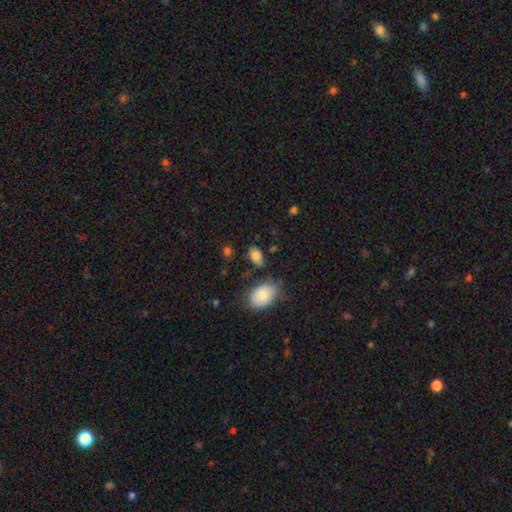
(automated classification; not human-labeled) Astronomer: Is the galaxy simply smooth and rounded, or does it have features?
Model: smooth — 81%.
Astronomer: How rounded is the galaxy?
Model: in between — 90%.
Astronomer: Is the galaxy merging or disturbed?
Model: none — 68%.